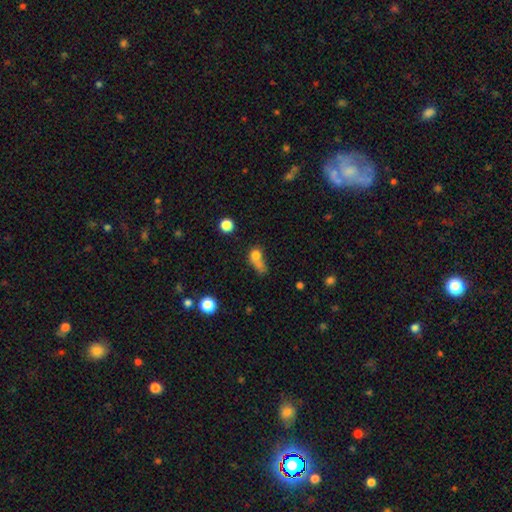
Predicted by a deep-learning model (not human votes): This appears to be a smooth galaxy with no disk features (71%) that is round (53%). Merging: merger (31%).